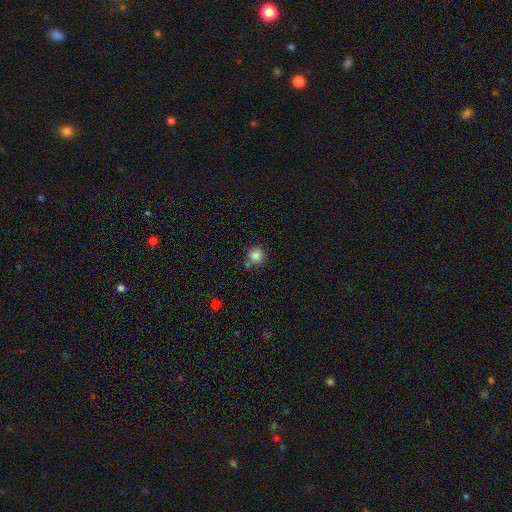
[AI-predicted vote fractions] Smooth or featured? smooth (84%)
How rounded? round (93%)
Merging? none (75%)